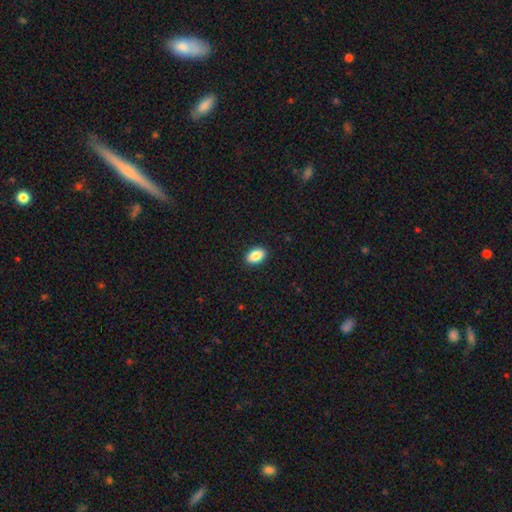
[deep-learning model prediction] A smooth galaxy with no disk features (87%) that is in between round and cigar-shaped (91%). Merging: none (91%).